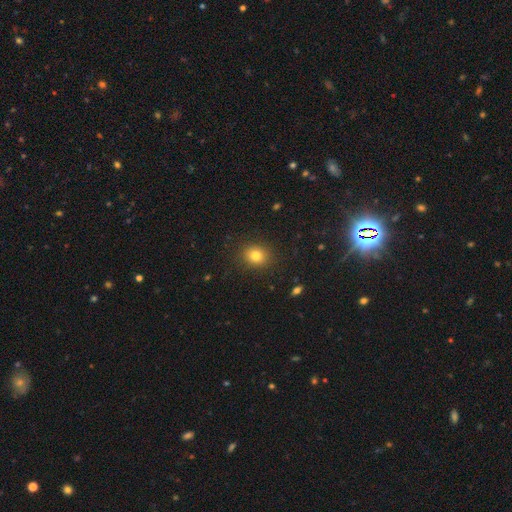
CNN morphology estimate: Overall: smooth (81%). How rounded: round (71%). Merging: none (89%).